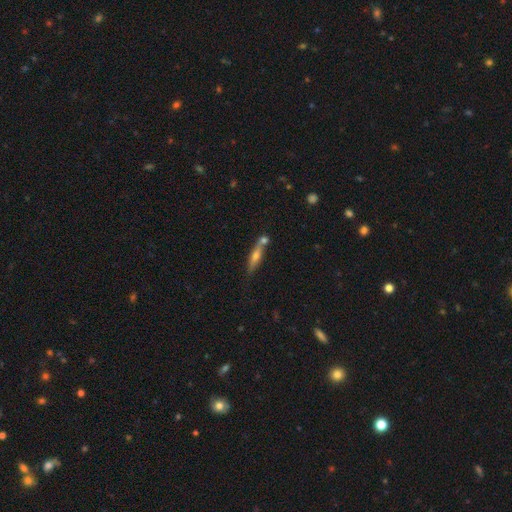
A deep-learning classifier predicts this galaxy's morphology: Overall: smooth (47%; featured or disk 46%). Merging: none (57%; merger 25%).